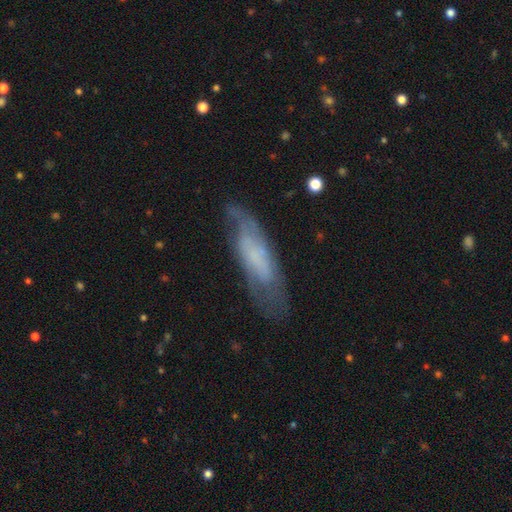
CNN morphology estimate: The model was most divided on "smooth or featured": featured or disk: 52%, smooth: 40%, star or artifact: 8%. More confident: edge-on disk — no (71%); merging — none (63%).